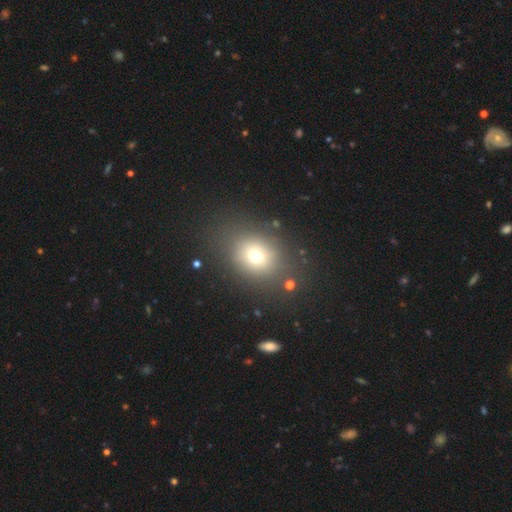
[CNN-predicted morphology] smooth 69%, star or artifact 18%, featured or disk 13%. Down the decision tree: how rounded — round (59%); merging — none (78%).